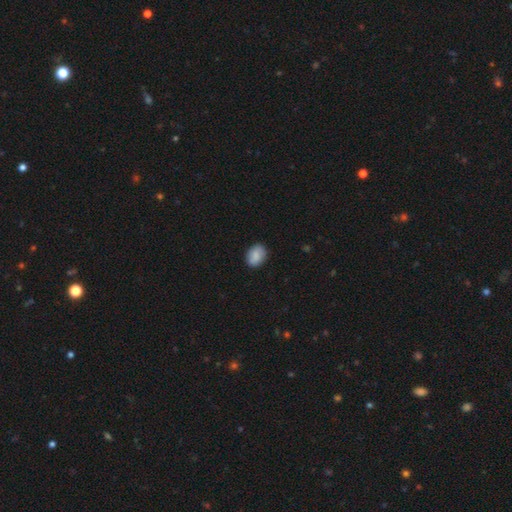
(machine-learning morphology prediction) The model was most divided on "how rounded": in between: 75%, round: 24%, cigar-shaped: 1%. More confident: smooth or featured — smooth (86%); merging — none (85%).